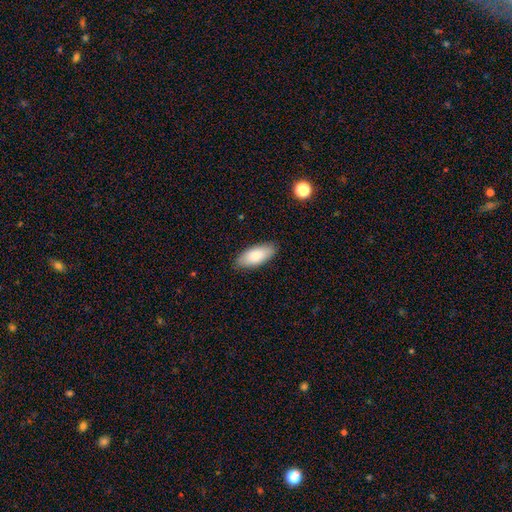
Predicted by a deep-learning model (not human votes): Smooth or featured? Predicted: smooth (p=0.82). How rounded? Predicted: in between (p=0.86). Merging? Predicted: none (p=0.86).